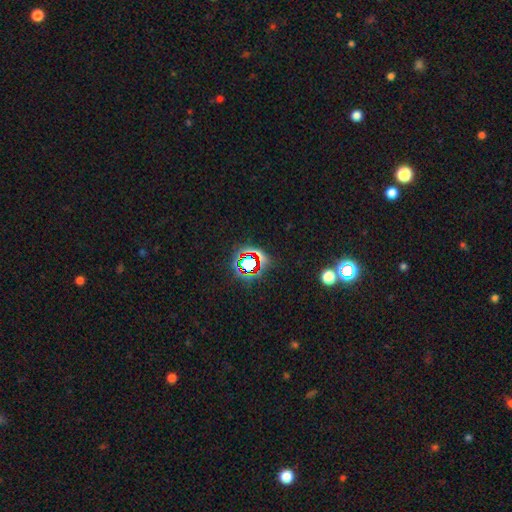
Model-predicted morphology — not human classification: type=star or artifact (69%).